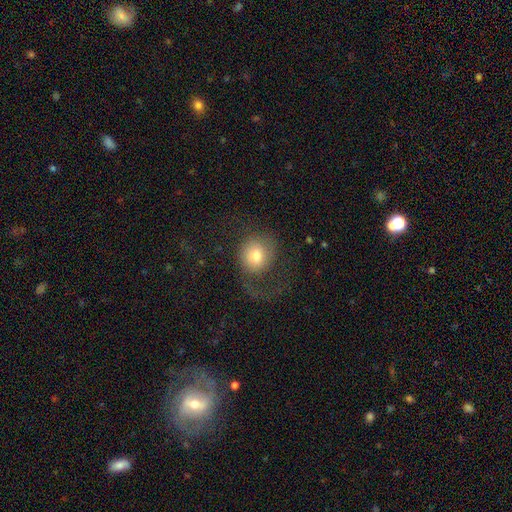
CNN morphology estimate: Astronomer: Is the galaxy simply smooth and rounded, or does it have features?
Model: smooth — 59%.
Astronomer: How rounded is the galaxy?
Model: round — 72%.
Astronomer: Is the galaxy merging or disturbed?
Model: major disturbance — 43% (runner-up: none, 39%).